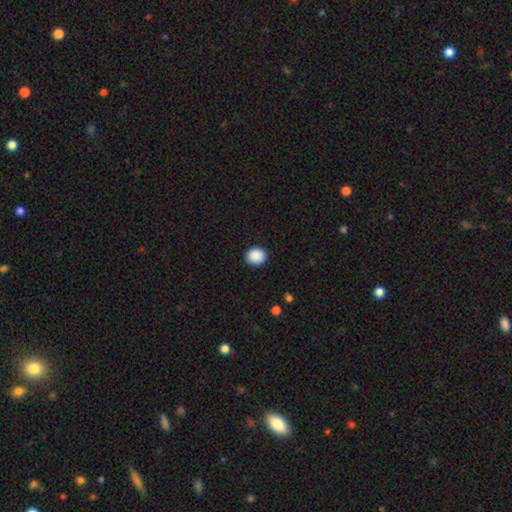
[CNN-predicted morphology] Smooth or featured?
  - smooth: 90% *
  - star or artifact: 8%
  - featured or disk: 2%
How rounded?
  - round: 72% *
  - in between: 27%
  - cigar-shaped: 1%
Merging?
  - none: 91% *
  - minor disturbance: 6%
  - major disturbance: 2%
  - merger: 1%